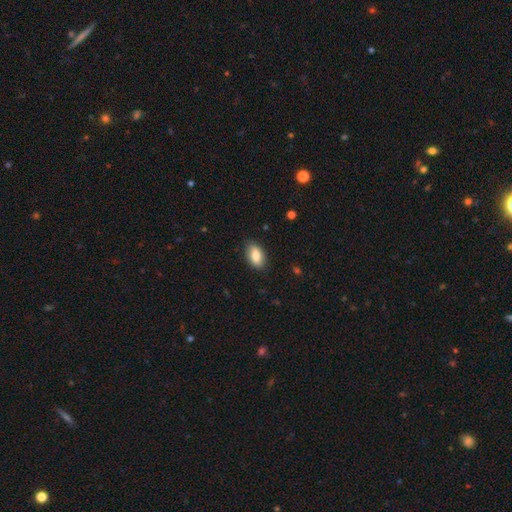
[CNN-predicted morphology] Smooth or featured? Predicted: smooth (p=0.85). How rounded? Predicted: in between (p=0.91). Merging? Predicted: none (p=0.83).